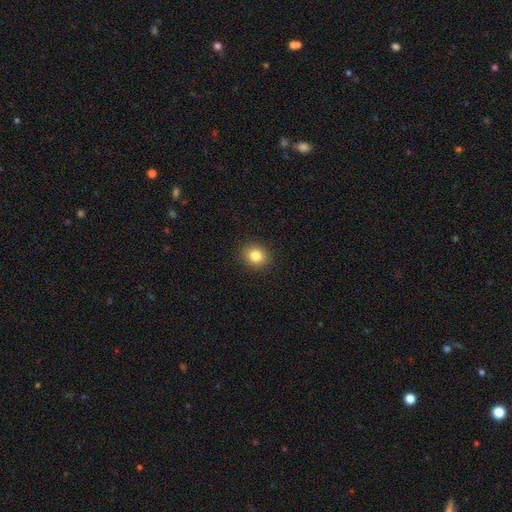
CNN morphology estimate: This is clearly a smooth galaxy (83%). How rounded: likely round (78%). Merging: clearly none (91%).